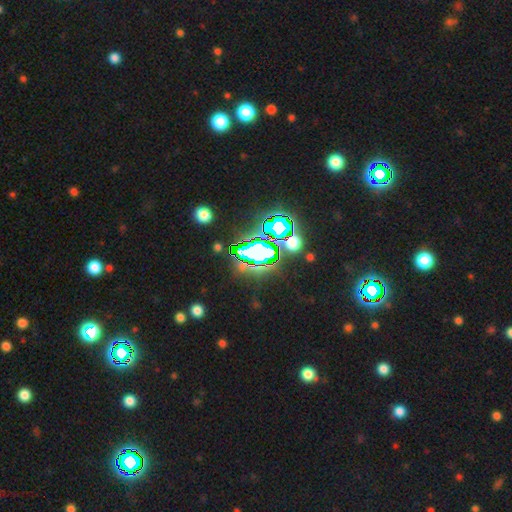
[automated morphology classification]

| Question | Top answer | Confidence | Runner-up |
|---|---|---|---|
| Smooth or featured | star or artifact | 77% | smooth (14%) |